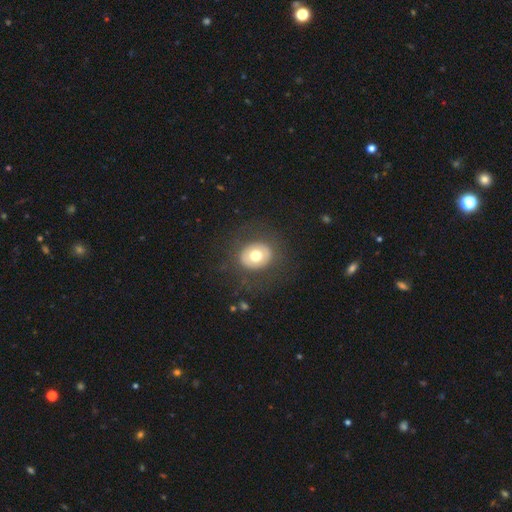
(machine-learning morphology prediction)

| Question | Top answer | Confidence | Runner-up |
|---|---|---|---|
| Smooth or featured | smooth | 62% | featured or disk (29%) |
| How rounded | round | 70% | in between (29%) |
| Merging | none | 82% | minor disturbance (10%) |